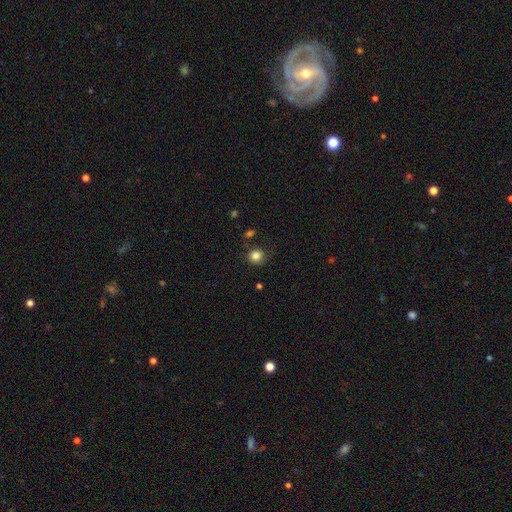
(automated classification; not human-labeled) Overall: smooth (84%). How rounded: round (85%). Merging: none (80%).